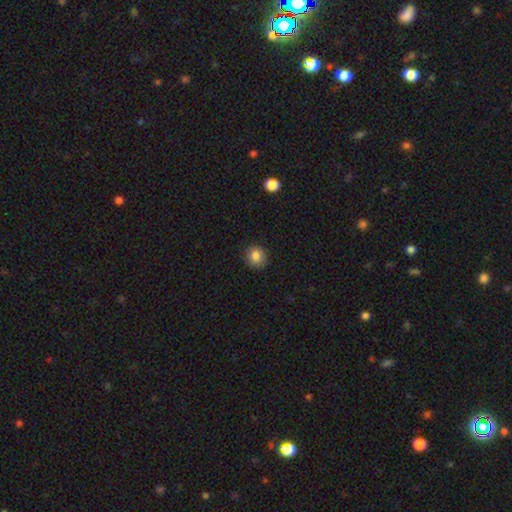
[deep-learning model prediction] Overall: smooth (86%). How rounded: round (87%). Merging: none (89%).